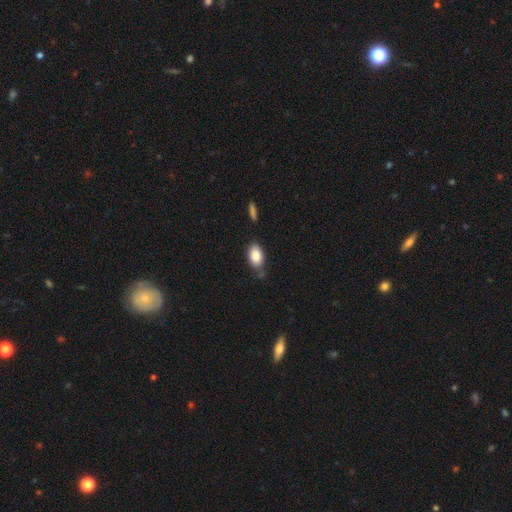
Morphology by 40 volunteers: A smooth galaxy with no disk features (88%) that is in between round and cigar-shaped (91%). Merging: none (50%).